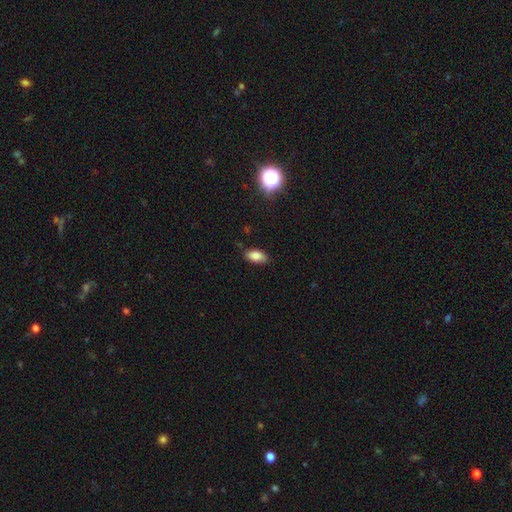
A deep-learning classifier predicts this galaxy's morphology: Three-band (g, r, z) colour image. It shows a smooth galaxy with no disk features (83%) that is in between round and cigar-shaped (90%). Merging: none (81%).